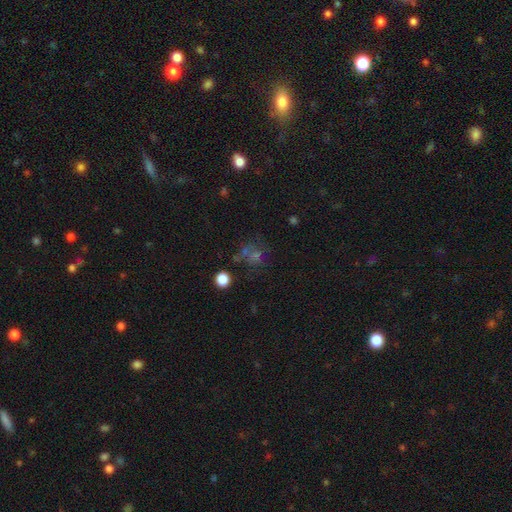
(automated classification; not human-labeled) Q: Smooth or featured?
A: smooth (43%); runner-up: star or artifact (38%)
Q: Merging?
A: none (54%); runner-up: merger (17%)